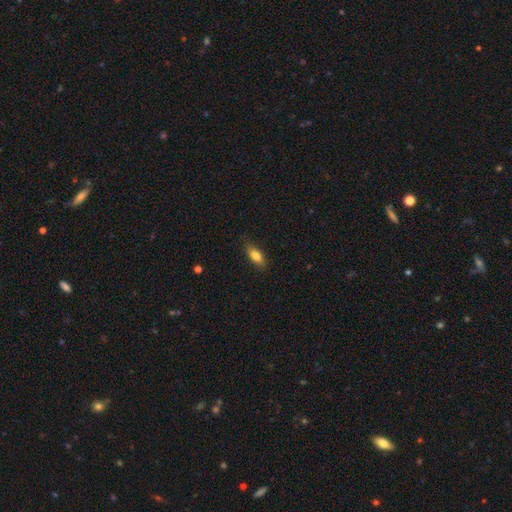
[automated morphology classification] A smooth galaxy with no disk features (79%) that is in between round and cigar-shaped (79%).

Vote fractions:
- Smooth or featured? smooth: 79% / featured or disk: 13% / star or artifact: 7%
- How rounded? in between: 79% / cigar-shaped: 18% / round: 4%
- Merging? none: 84% / minor disturbance: 13% / major disturbance: 2% / merger: 1%